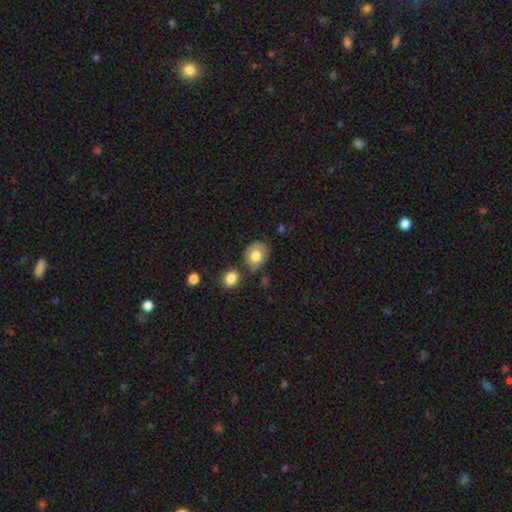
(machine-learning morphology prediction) type=smooth (77%); roundness=round (51%); merging=none (65%).